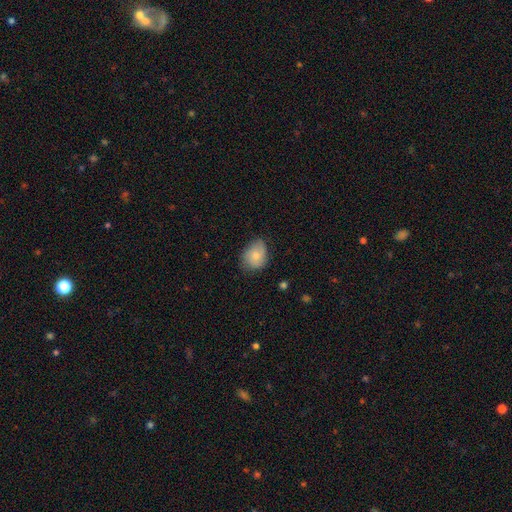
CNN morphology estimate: Q: Smooth or featured?
A: smooth (75%); runner-up: featured or disk (18%)
Q: How rounded?
A: in between (59%); runner-up: round (40%)
Q: Merging?
A: none (62%); runner-up: minor disturbance (30%)